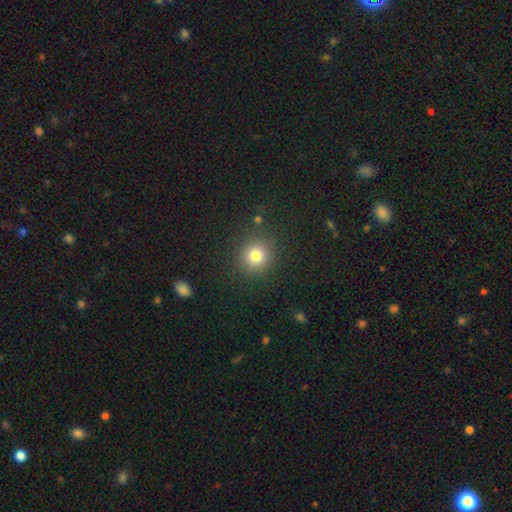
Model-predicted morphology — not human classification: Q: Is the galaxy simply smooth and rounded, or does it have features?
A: smooth — 79%.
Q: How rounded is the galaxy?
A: round — 89%.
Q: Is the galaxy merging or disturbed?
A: none — 88%.